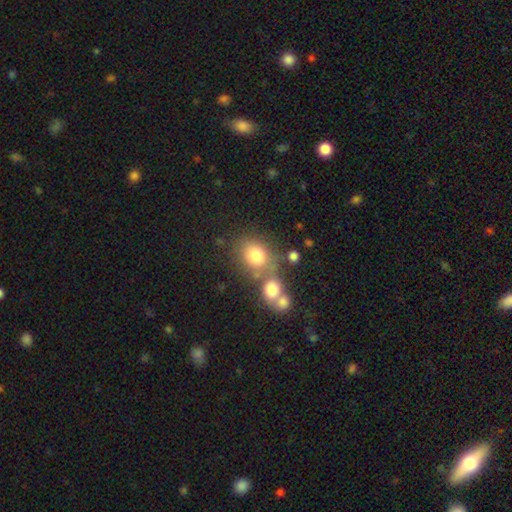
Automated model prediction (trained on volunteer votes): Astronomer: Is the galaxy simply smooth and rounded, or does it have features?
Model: smooth — 76%.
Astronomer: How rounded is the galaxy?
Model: round — 61% (runner-up: in between, 38%).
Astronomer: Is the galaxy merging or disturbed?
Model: none — 53% (runner-up: merger, 28%).